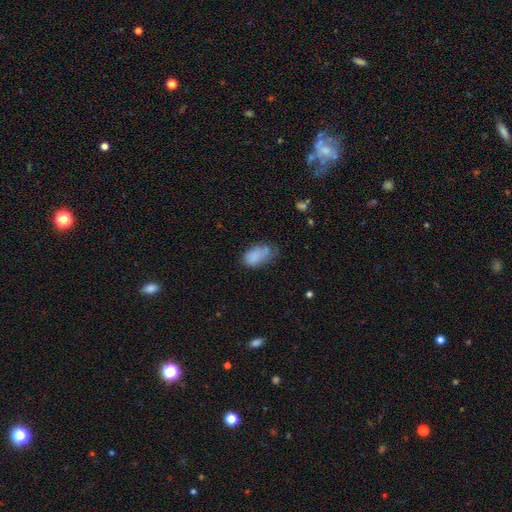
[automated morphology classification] Smooth or featured?
  - smooth: 79% *
  - featured or disk: 13%
  - star or artifact: 9%
How rounded?
  - in between: 92% *
  - round: 5%
  - cigar-shaped: 2%
Merging?
  - none: 42% *
  - minor disturbance: 37%
  - major disturbance: 17%
  - merger: 5%